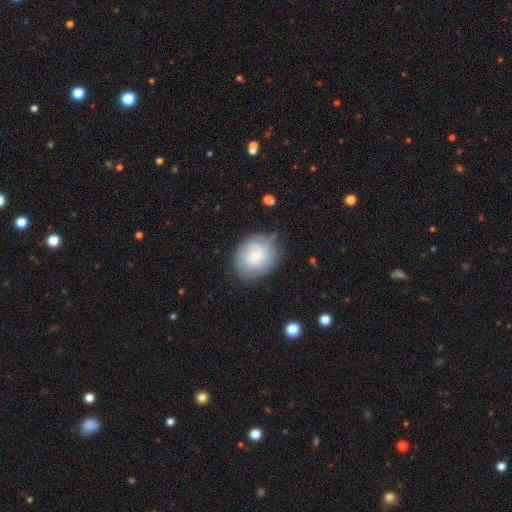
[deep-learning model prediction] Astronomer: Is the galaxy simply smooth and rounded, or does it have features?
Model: featured or disk — 48% (runner-up: smooth, 44%).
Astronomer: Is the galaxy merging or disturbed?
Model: none — 70%.